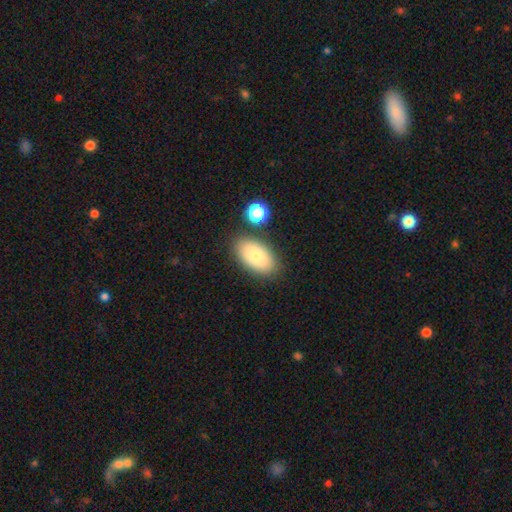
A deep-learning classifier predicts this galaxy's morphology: Smooth or featured? Predicted: smooth (p=0.81). How rounded? Predicted: in between (p=0.94). Merging? Predicted: none (p=0.81).